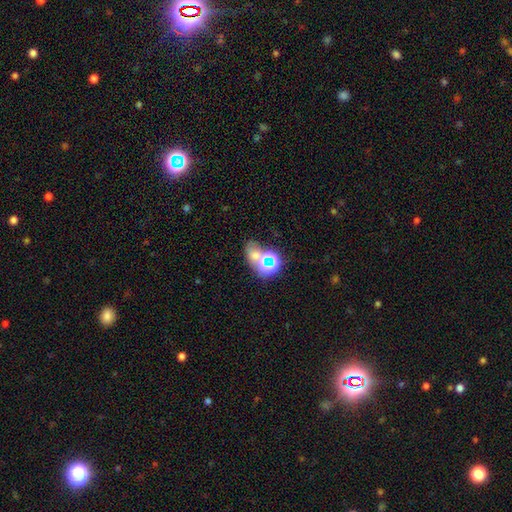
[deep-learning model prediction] This is possibly a star or artifact rather than a galaxy (46%).